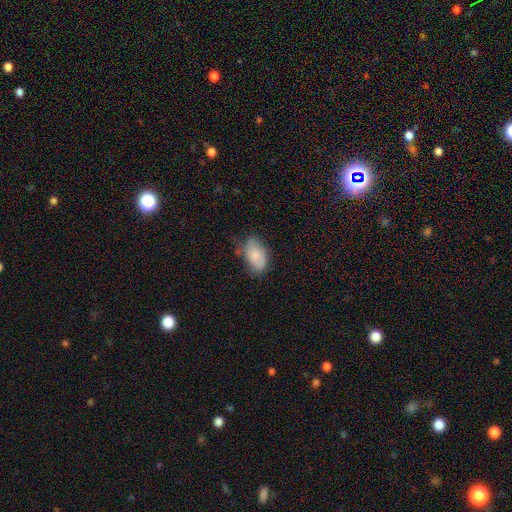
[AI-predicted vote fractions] Smooth or featured?
  - smooth: 78% *
  - featured or disk: 15%
  - star or artifact: 7%
How rounded?
  - in between: 93% *
  - round: 6%
  - cigar-shaped: 2%
Merging?
  - none: 53% *
  - minor disturbance: 34%
  - major disturbance: 10%
  - merger: 4%